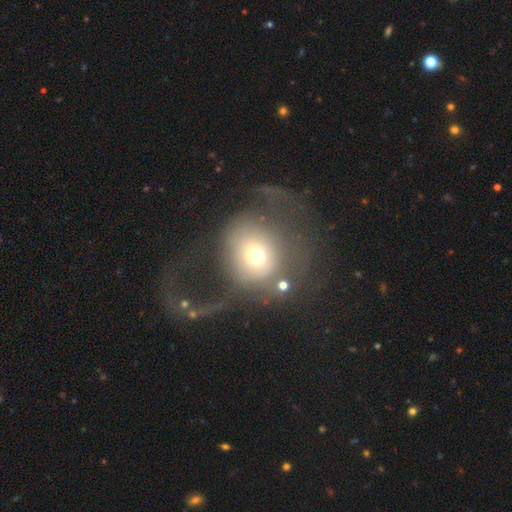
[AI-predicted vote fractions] Smooth or featured? smooth (57%)
How rounded? round (83%)
Merging? major disturbance (57%)